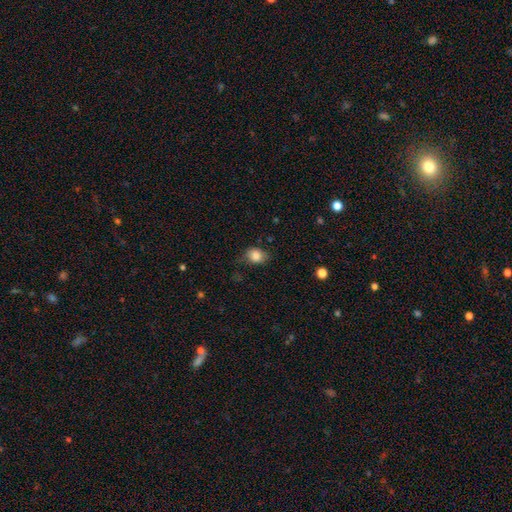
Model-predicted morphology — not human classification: Overall: smooth (84%). How rounded: in between (52%; round 47%). Merging: none (67%).